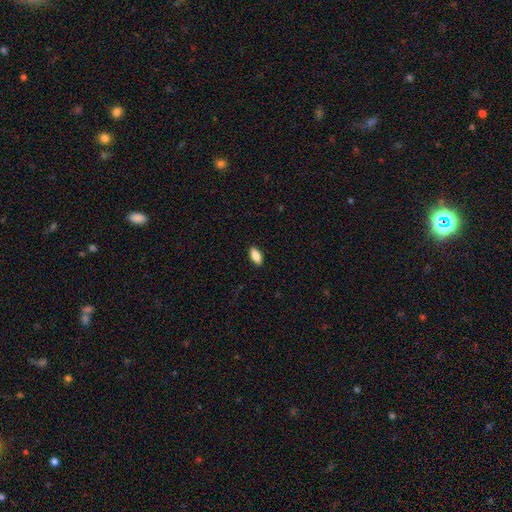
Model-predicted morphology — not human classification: Smooth or featured? Predicted: smooth (p=0.82). How rounded? Predicted: in between (p=0.84). Merging? Predicted: none (p=0.89).